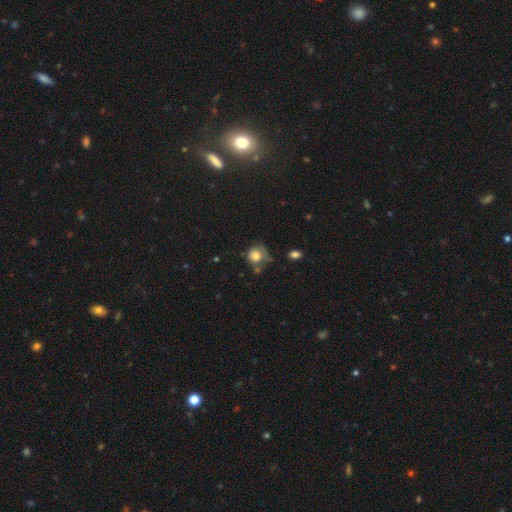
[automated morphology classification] Q: Smooth or featured?
A: smooth (75%); runner-up: featured or disk (15%)
Q: How rounded?
A: round (79%); runner-up: in between (20%)
Q: Merging?
A: none (45%); runner-up: minor disturbance (29%)